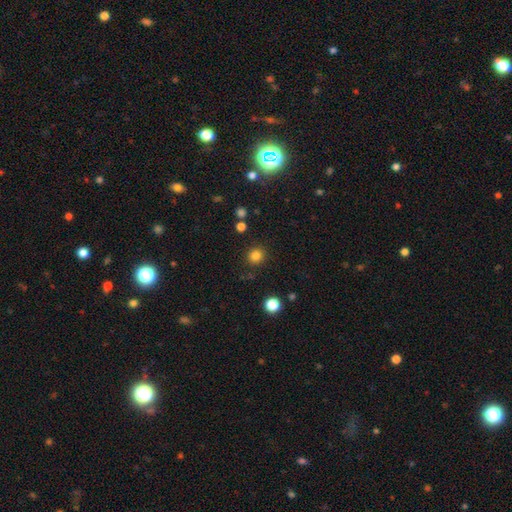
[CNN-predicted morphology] A smooth galaxy with no disk features (83%) that is round (93%).

Vote fractions:
- Smooth or featured? smooth: 83% / star or artifact: 13% / featured or disk: 4%
- How rounded? round: 93% / in between: 6% / cigar-shaped: 1%
- Merging? none: 90% / minor disturbance: 6% / major disturbance: 2% / merger: 2%